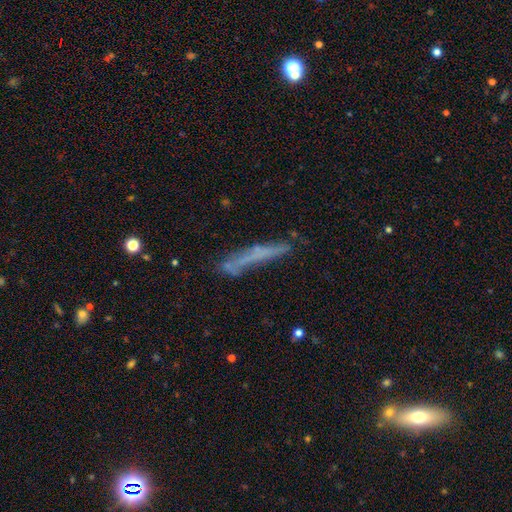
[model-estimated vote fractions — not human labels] smooth-or-featured: smooth: 49% | featured or disk: 40% | star or artifact: 11%
  merging: none: 64% | minor disturbance: 21% | major disturbance: 9% | merger: 6%